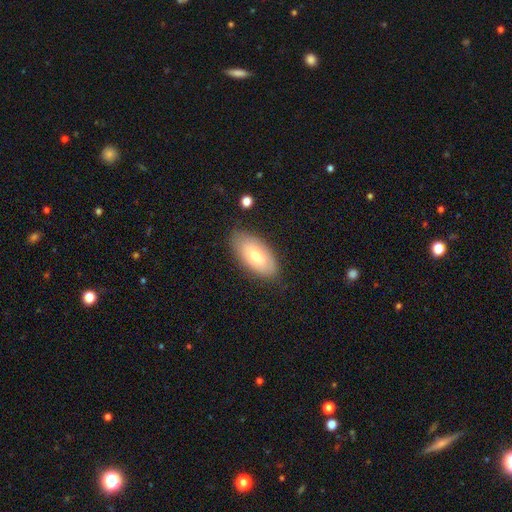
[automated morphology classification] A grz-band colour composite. It shows a smooth galaxy with no disk features (63%) that is in between round and cigar-shaped (93%). Merging: none (80%).